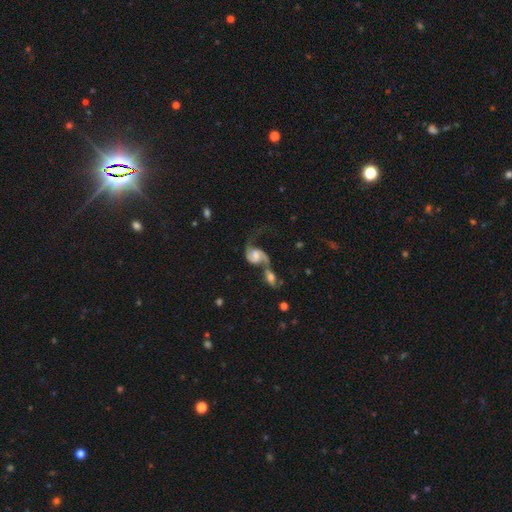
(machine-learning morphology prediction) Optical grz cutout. It shows a featured or disk galaxy (83%) with no bar (57%), 2 (85%) loose (52%) spiral arms (95%) and a moderate central bulge (37%). Merging: merger (57%).